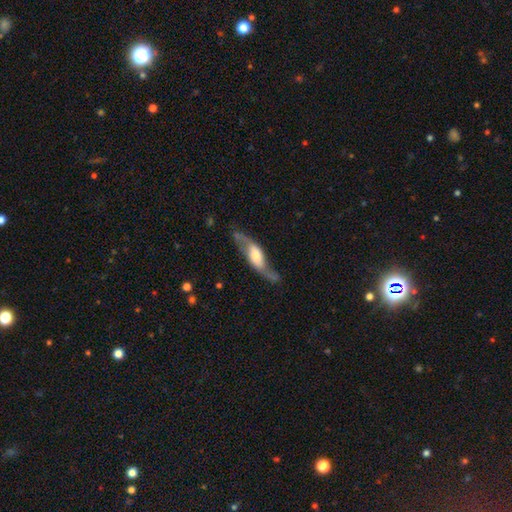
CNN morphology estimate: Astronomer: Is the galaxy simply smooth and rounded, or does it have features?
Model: featured or disk — 76%.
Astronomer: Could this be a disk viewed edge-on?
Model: no — 73%.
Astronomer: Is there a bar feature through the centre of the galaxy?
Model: no — 43% (runner-up: weak, 36%).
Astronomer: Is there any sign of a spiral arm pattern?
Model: yes — 89%.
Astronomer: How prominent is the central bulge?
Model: moderate — 44% (runner-up: large, 28%).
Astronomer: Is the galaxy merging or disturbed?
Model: none — 68%.